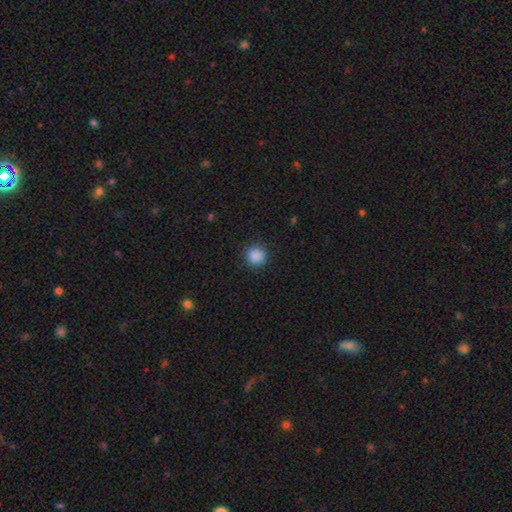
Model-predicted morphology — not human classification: Q: Smooth or featured?
A: smooth (88%); runner-up: star or artifact (10%)
Q: How rounded?
A: round (94%); runner-up: in between (5%)
Q: Merging?
A: none (91%); runner-up: minor disturbance (6%)